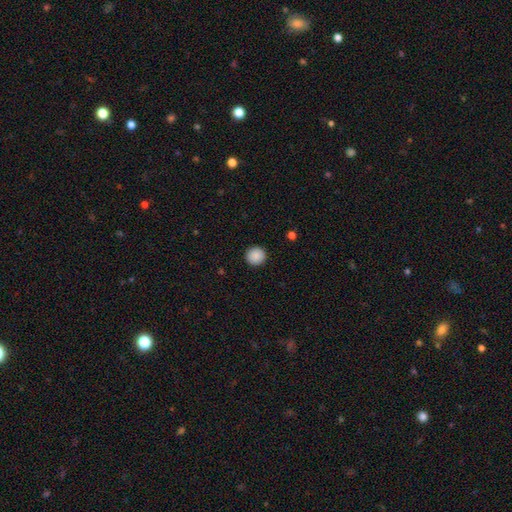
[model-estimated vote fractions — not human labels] This is clearly a smooth galaxy (89%). How rounded: clearly round (95%). Merging: clearly none (93%).